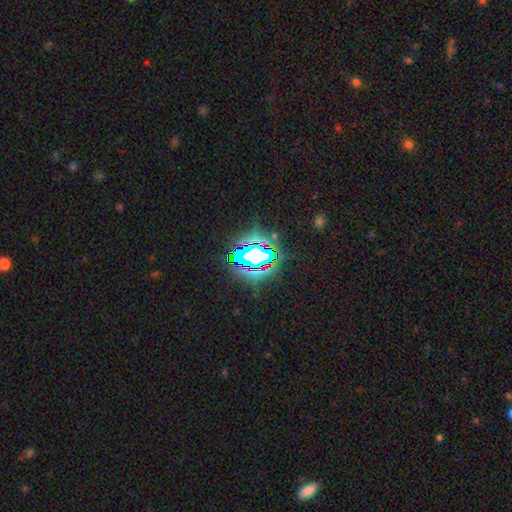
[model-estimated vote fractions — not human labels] A star or artifact, not a galaxy (68%).

Vote fractions:
- Smooth or featured? star or artifact: 68% / smooth: 18% / featured or disk: 14%